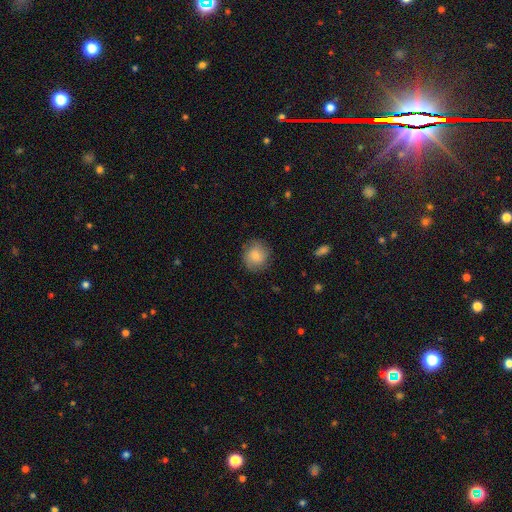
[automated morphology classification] This is likely a smooth galaxy (79%). How rounded: clearly round (87%). Merging: clearly none (82%).